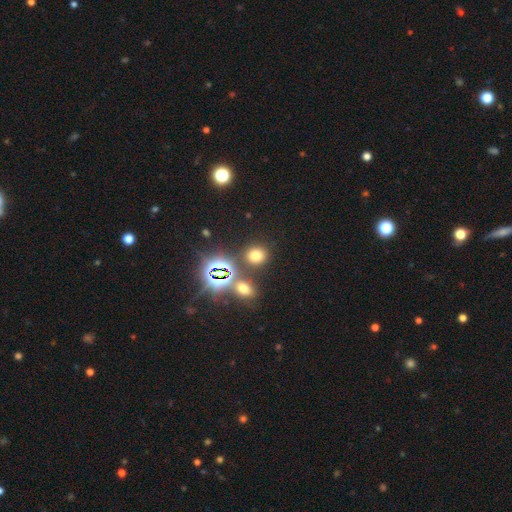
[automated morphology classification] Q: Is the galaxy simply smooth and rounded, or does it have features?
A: smooth — 63%.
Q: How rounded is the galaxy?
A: round — 79%.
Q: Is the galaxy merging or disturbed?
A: none — 80%.